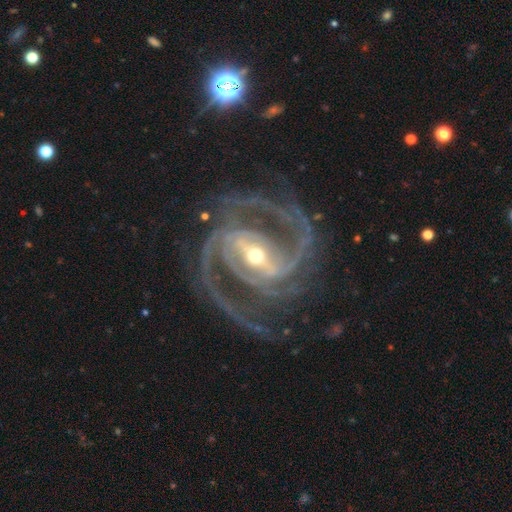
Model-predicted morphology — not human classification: The model was most divided on "bulge size": moderate: 54%, small: 40%, large: 4%, dominant: 1%, none: 1%. More confident: spiral arms — yes (98%); edge-on disk — no (98%); smooth or featured — featured or disk (94%); merging — none (71%); bar — strong (70%); spiral arm count — 2 (59%); spiral winding — medium (56%).